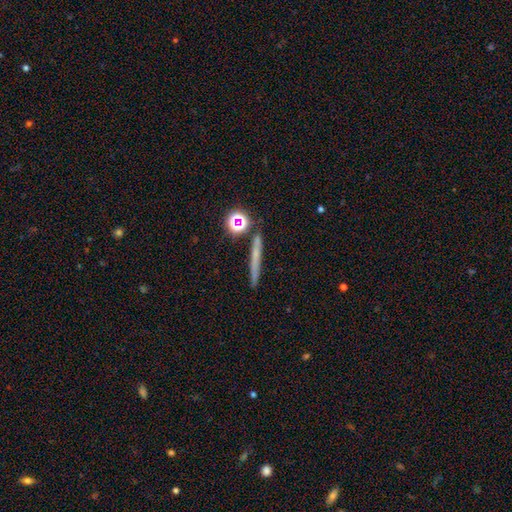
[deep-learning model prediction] Smooth or featured?
  - smooth: 49% *
  - featured or disk: 34%
  - star or artifact: 17%
Merging?
  - none: 85% *
  - minor disturbance: 8%
  - merger: 5%
  - major disturbance: 2%